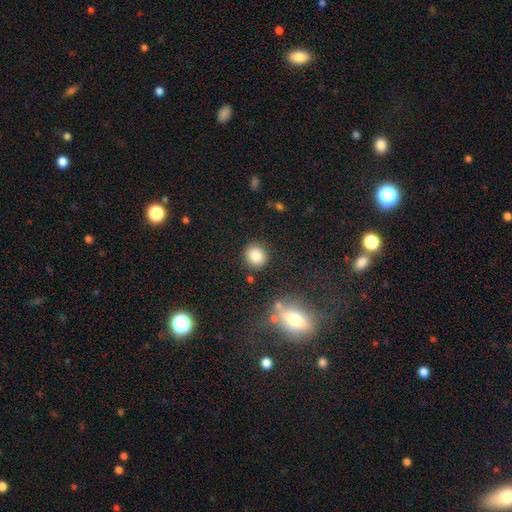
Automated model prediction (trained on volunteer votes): Smooth or featured?
  - smooth: 84% *
  - star or artifact: 10%
  - featured or disk: 6%
How rounded?
  - round: 86% *
  - in between: 13%
  - cigar-shaped: 1%
Merging?
  - none: 86% *
  - minor disturbance: 8%
  - merger: 3%
  - major disturbance: 3%